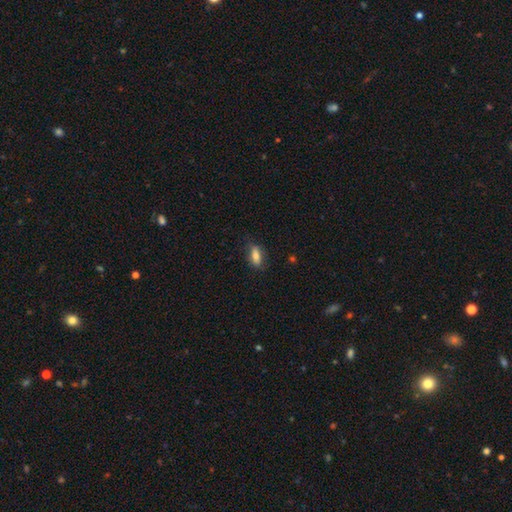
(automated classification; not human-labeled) Overall: smooth (77%). How rounded: in between (71%). Merging: none (77%).